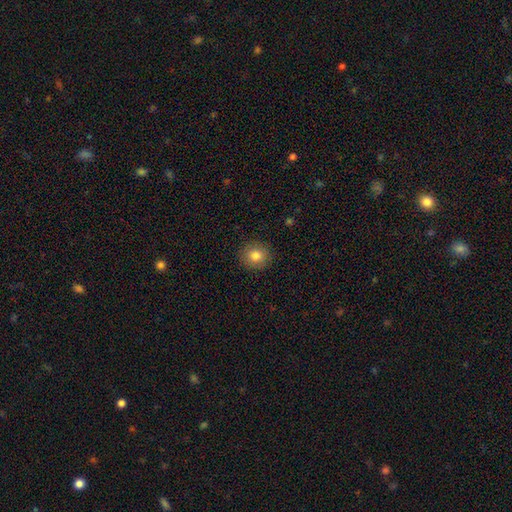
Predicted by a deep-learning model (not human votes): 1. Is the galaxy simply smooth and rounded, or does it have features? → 82% smooth, 10% star or artifact, 8% featured or disk.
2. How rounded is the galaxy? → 85% round, 14% in between, 1% cigar-shaped.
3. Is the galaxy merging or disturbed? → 90% none, 7% minor disturbance, 2% major disturbance, 1% merger.